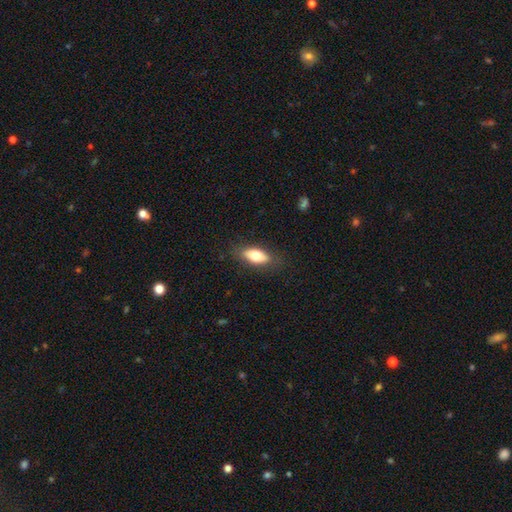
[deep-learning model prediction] Overall: smooth (72%). How rounded: in between (82%). Merging: none (82%).